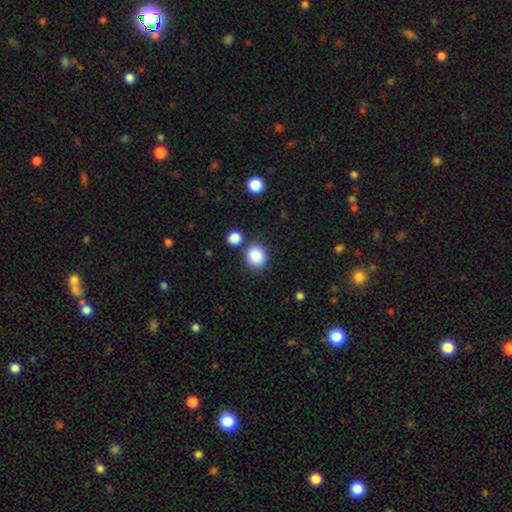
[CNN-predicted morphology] A smooth galaxy with no disk features (87%) that is round (67%). Merging: none (78%).